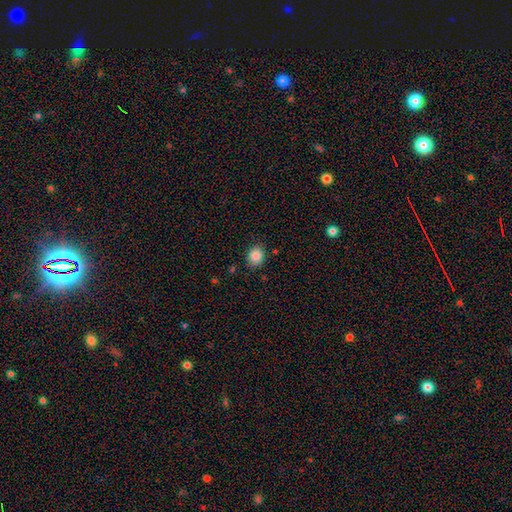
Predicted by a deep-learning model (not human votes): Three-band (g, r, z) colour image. It shows a smooth galaxy with no disk features (87%) that is round (67%). Merging: none (85%).